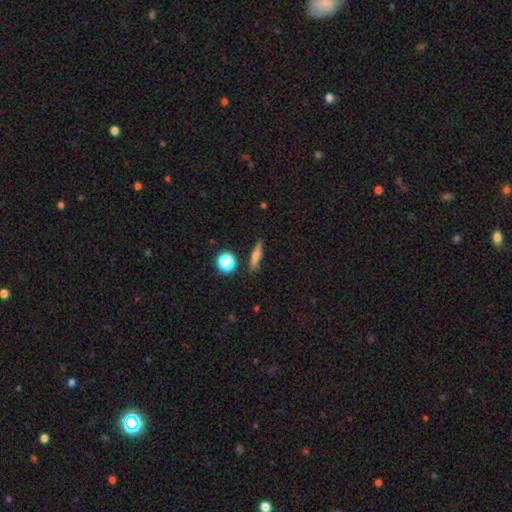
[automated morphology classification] A smooth galaxy with no disk features (60%) that is cigar-shaped (72%). Merging: none (86%).